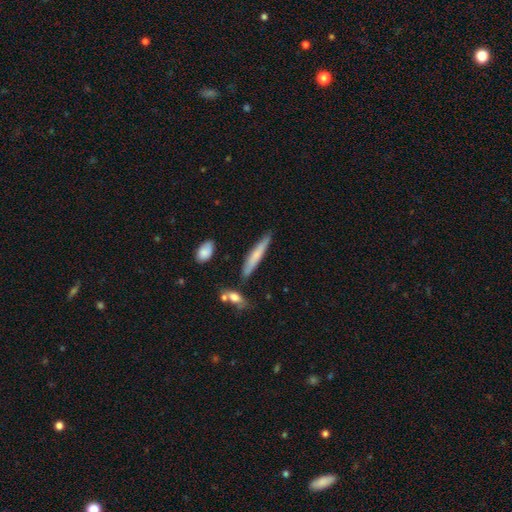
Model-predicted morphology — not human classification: smooth 65%, featured or disk 29%, star or artifact 7%. Down the decision tree: how rounded — cigar-shaped (92%); merging — none (82%).